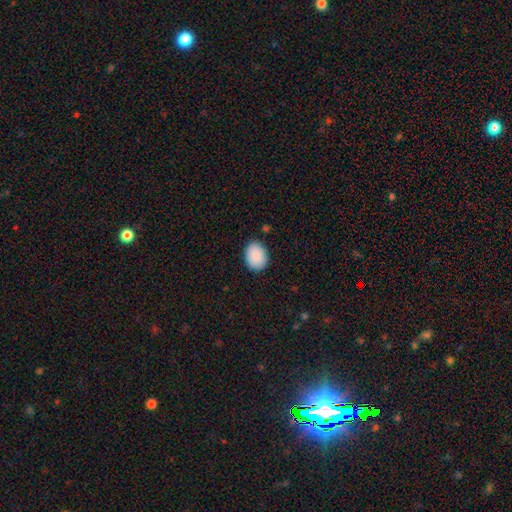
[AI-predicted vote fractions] smooth-or-featured: smooth: 89% | star or artifact: 7% | featured or disk: 4%
  how-rounded: in between: 62% | round: 37% | cigar-shaped: 1%
  merging: none: 83% | minor disturbance: 13% | major disturbance: 2% | merger: 1%